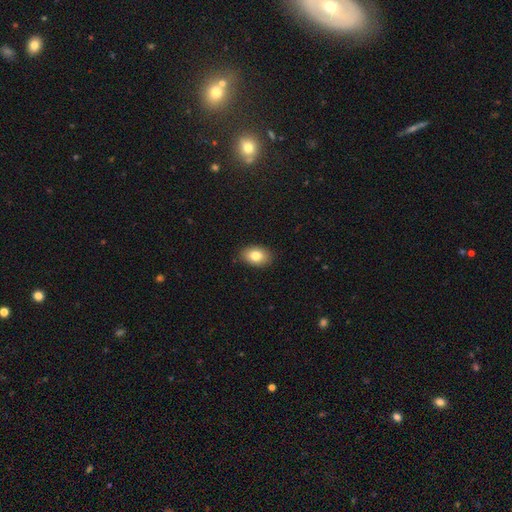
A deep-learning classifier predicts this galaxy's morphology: Q: Smooth or featured?
A: smooth (82%); runner-up: featured or disk (10%)
Q: How rounded?
A: in between (85%); runner-up: round (14%)
Q: Merging?
A: none (89%); runner-up: minor disturbance (8%)